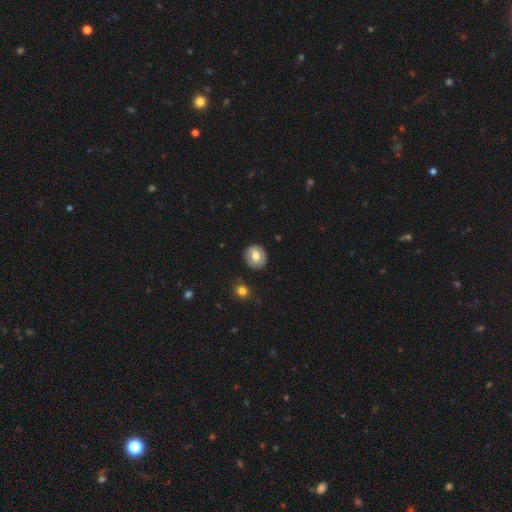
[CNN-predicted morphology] Overall: smooth (72%). How rounded: round (81%). Merging: none (87%).